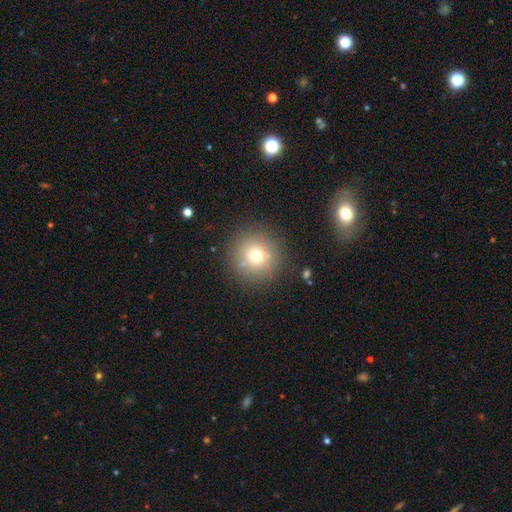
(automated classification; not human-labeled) Overall: smooth (69%). How rounded: round (95%). Merging: none (86%).